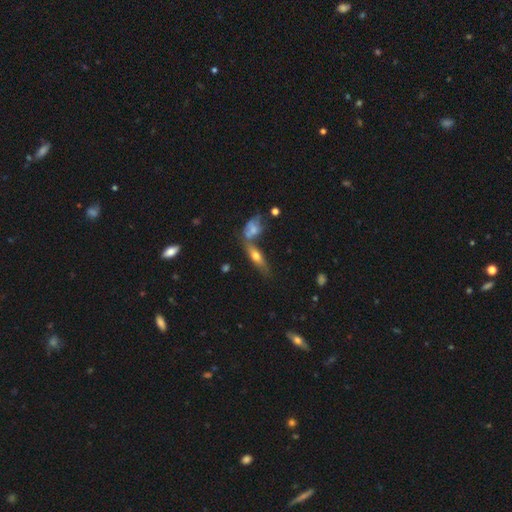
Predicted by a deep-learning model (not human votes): smooth 52%, featured or disk 40%, star or artifact 8%. Down the decision tree: how rounded — cigar-shaped (50%); merging — none (51%).